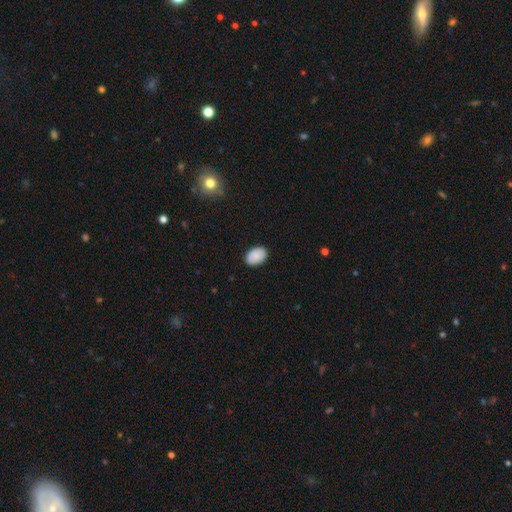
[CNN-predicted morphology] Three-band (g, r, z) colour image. It shows a smooth galaxy with no disk features (89%) that is in between round and cigar-shaped (85%). Merging: none (89%).